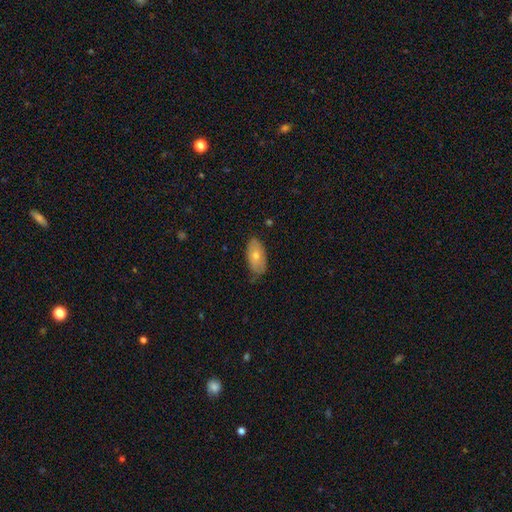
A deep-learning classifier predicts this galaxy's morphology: A smooth galaxy with no disk features (59%) that is in between round and cigar-shaped (89%). Merging: none (74%).